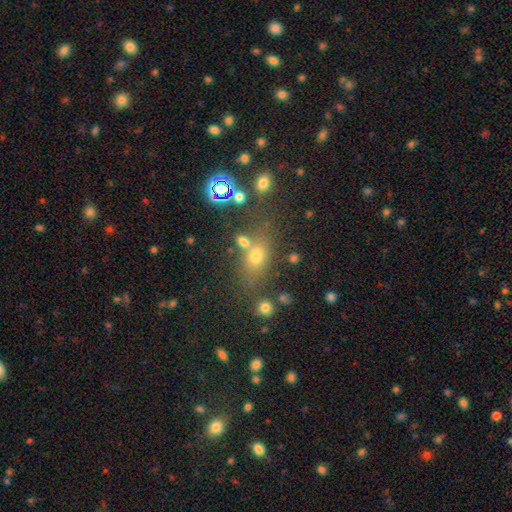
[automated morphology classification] This is likely a smooth galaxy (62%). How rounded: likely in between (61%). Merging: possibly none (58%).